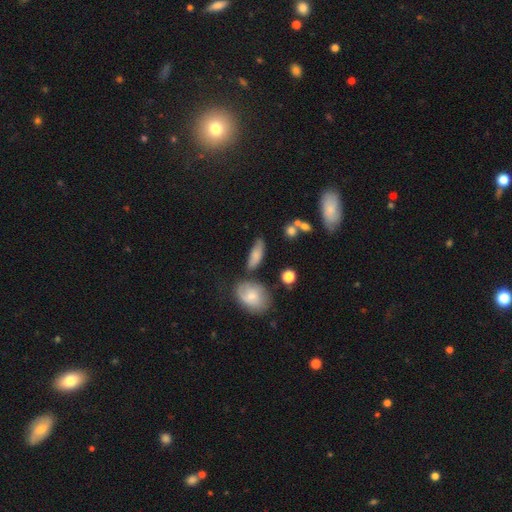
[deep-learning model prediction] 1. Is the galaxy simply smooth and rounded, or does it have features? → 72% smooth, 19% featured or disk, 9% star or artifact.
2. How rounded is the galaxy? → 68% in between, 27% cigar-shaped, 5% round.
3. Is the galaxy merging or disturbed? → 58% none, 24% minor disturbance, 10% merger, 8% major disturbance.